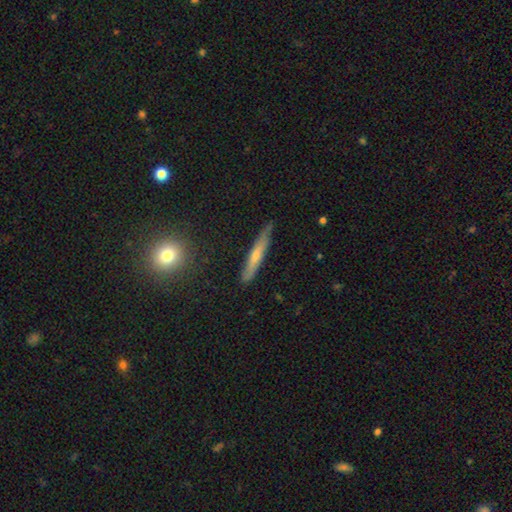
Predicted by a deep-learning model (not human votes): This is possibly a smooth galaxy (48%). Merging: clearly none (84%).